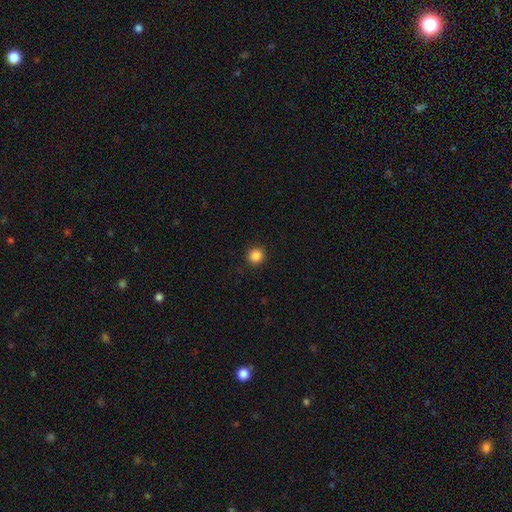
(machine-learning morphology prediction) Q: Smooth or featured?
A: smooth (86%); runner-up: star or artifact (11%)
Q: How rounded?
A: round (95%); runner-up: in between (4%)
Q: Merging?
A: none (92%); runner-up: minor disturbance (5%)